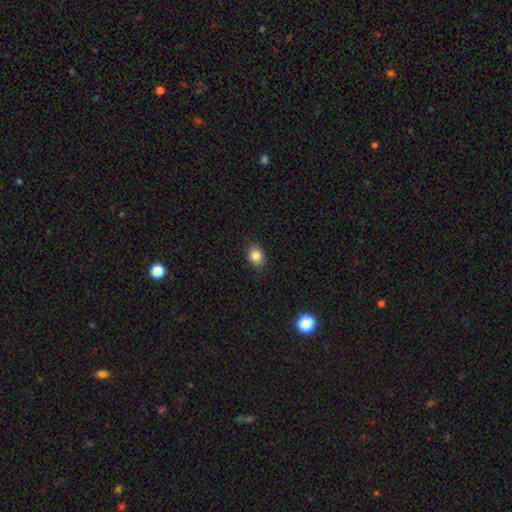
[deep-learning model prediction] A smooth galaxy with no disk features (84%) that is in between round and cigar-shaped (65%). Merging: none (87%).